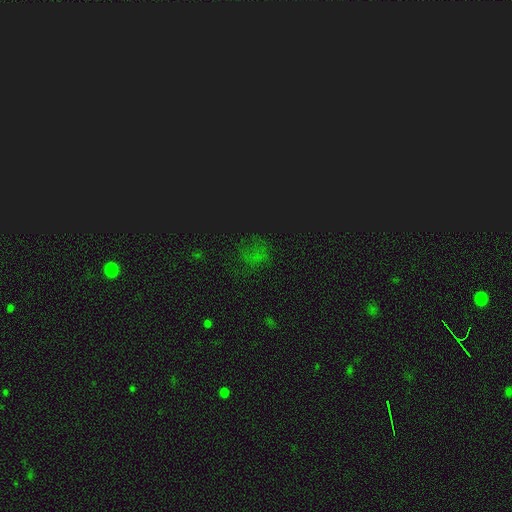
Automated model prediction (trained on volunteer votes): Smooth or featured?
  - star or artifact: 59% *
  - smooth: 31%
  - featured or disk: 10%